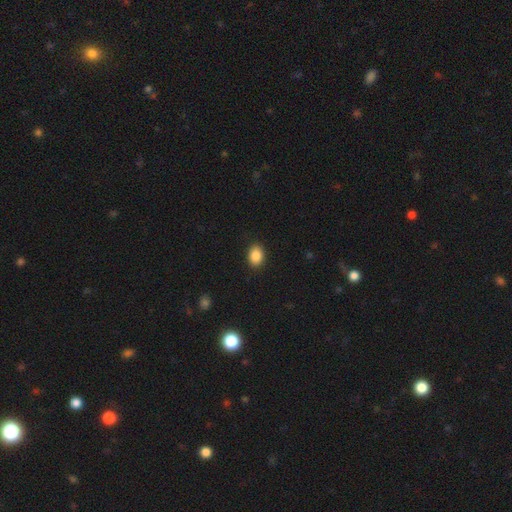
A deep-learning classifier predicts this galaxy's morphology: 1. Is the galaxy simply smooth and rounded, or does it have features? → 87% smooth, 9% star or artifact, 4% featured or disk.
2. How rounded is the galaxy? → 72% in between, 27% round, 1% cigar-shaped.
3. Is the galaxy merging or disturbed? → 89% none, 8% minor disturbance, 2% major disturbance, 1% merger.